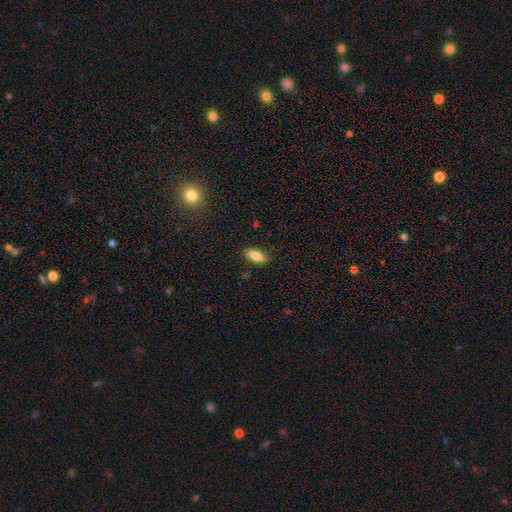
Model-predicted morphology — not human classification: The model was most divided on "how rounded": in between: 83%, cigar-shaped: 14%, round: 2%. More confident: merging — none (85%); smooth or featured — smooth (83%).